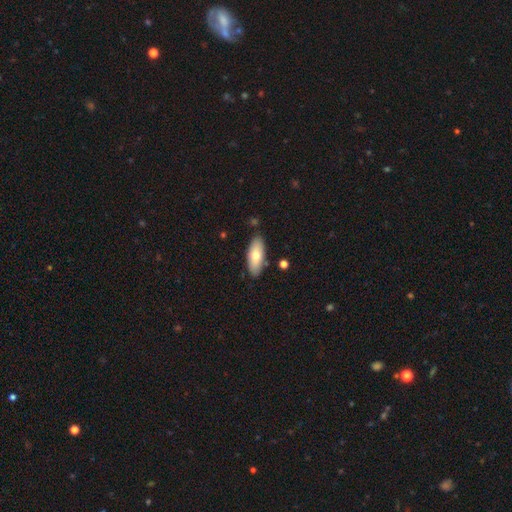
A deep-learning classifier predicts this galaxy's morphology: Smooth or featured? Predicted: smooth (p=0.72). How rounded? Predicted: in between (p=0.80). Merging? Predicted: none (p=0.84).